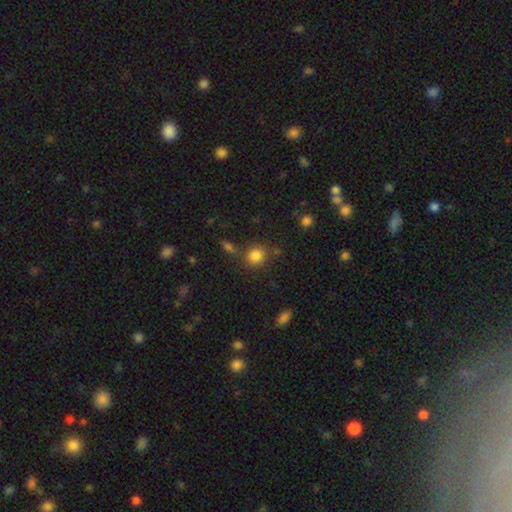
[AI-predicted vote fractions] smooth 83%, star or artifact 11%, featured or disk 6%. Down the decision tree: how rounded — round (87%); merging — none (72%).